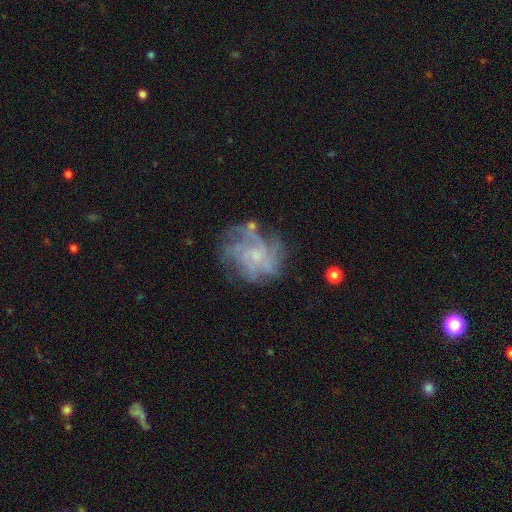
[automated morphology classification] smooth_or_featured: featured or disk (p=0.74) [alt: smooth p=0.15]
disk_edge_on: no (p=0.98) [alt: yes p=0.02]
bar: no (p=0.72) [alt: weak p=0.24]
has_spiral_arms: yes (p=0.83) [alt: no p=0.17]
spiral_winding: tight (p=0.42) [alt: medium p=0.38]
spiral_arm_count: can't tell (p=0.37) [alt: 4 p=0.24]
bulge_size: small (p=0.53) [alt: moderate p=0.26]
merging: none (p=0.63) [alt: minor disturbance p=0.19]